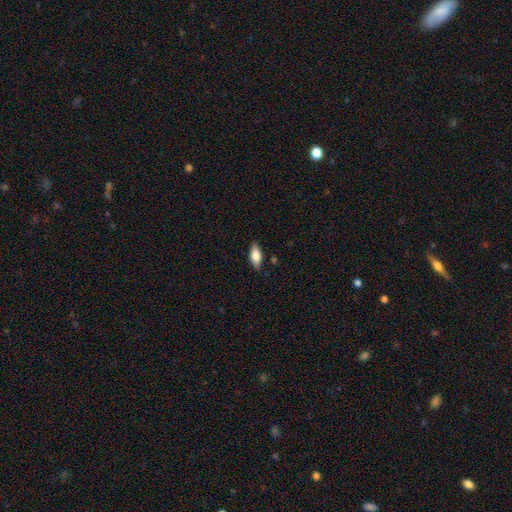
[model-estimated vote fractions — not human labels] Smooth or featured: smooth — 77% (featured or disk — 16%)
How rounded: in between — 82% (cigar-shaped — 15%)
Merging: none — 85% (minor disturbance — 11%)